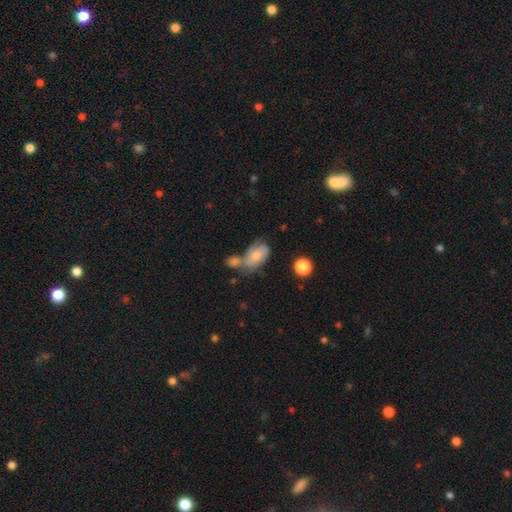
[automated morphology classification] Smooth or featured: smooth — 64% (featured or disk — 28%)
How rounded: in between — 89% (round — 9%)
Merging: merger — 38% (none — 29%)